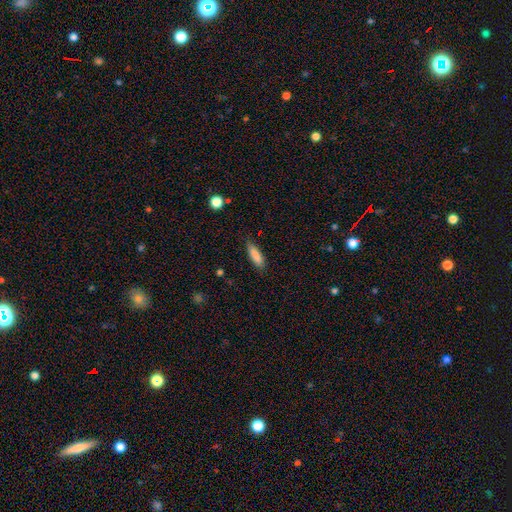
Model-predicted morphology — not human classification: Smooth or featured? Predicted: smooth (p=0.86). How rounded? Predicted: cigar-shaped (p=0.53). Merging? Predicted: none (p=0.82).